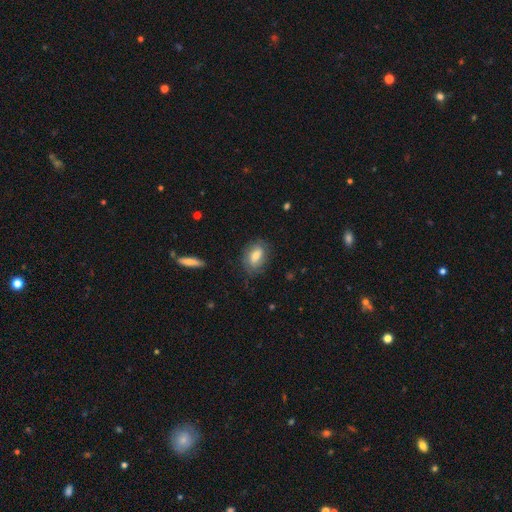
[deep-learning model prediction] Smooth or featured?
  - smooth: 69% *
  - featured or disk: 24%
  - star or artifact: 7%
How rounded?
  - in between: 85% *
  - round: 11%
  - cigar-shaped: 5%
Merging?
  - none: 74% *
  - minor disturbance: 19%
  - major disturbance: 6%
  - merger: 1%